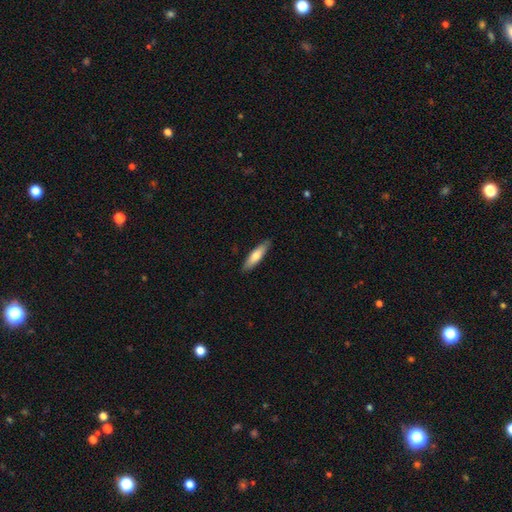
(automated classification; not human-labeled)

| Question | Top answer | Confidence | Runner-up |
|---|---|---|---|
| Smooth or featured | smooth | 70% | featured or disk (24%) |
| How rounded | cigar-shaped | 68% | in between (30%) |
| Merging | none | 87% | minor disturbance (10%) |